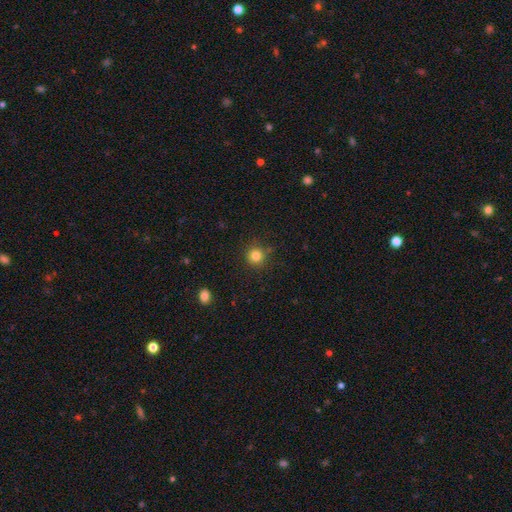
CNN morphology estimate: This appears to be a smooth galaxy with no disk features (83%) that is round (94%). Merging: none (87%).